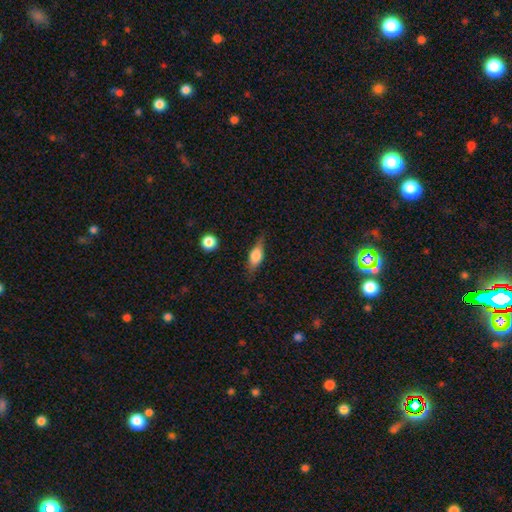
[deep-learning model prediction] Overall: smooth (58%; featured or disk 35%). How rounded: in between (68%). Merging: none (74%).